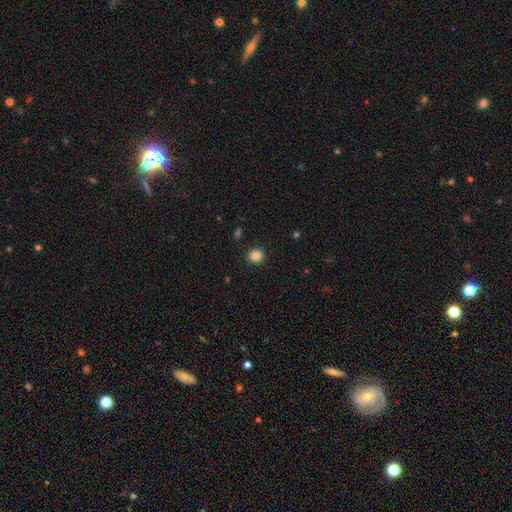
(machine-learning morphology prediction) smooth_or_featured: smooth (p=0.84) [alt: star or artifact p=0.10]
how_rounded: round (p=0.81) [alt: in between p=0.18]
merging: none (p=0.91) [alt: minor disturbance p=0.06]